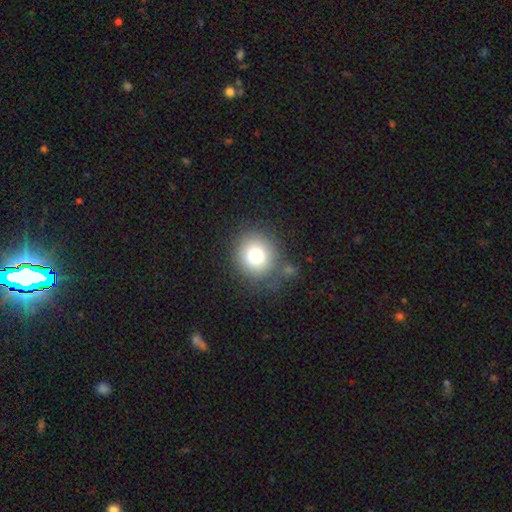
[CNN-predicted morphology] type=smooth (82%); roundness=round (84%); merging=none (68%).